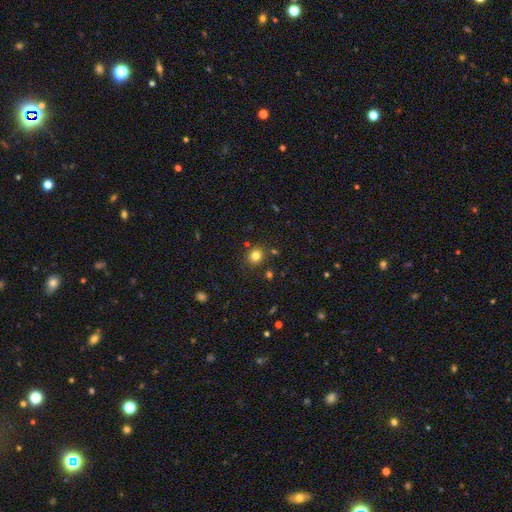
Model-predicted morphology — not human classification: smooth 80%, star or artifact 14%, featured or disk 6%. Down the decision tree: how rounded — round (80%); merging — none (84%).